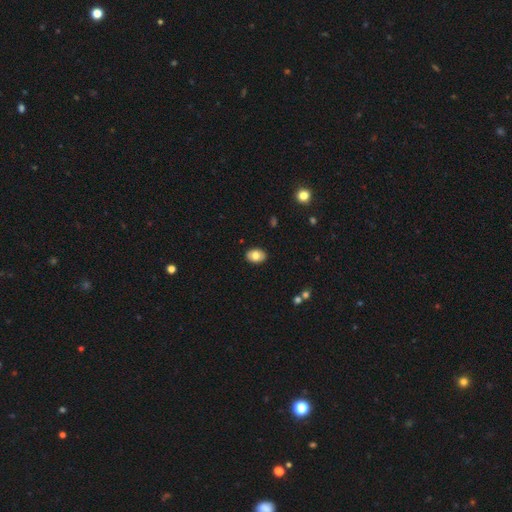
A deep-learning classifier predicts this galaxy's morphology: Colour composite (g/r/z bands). It shows a smooth galaxy with no disk features (77%) that is in between round and cigar-shaped (78%). Merging: none (89%).